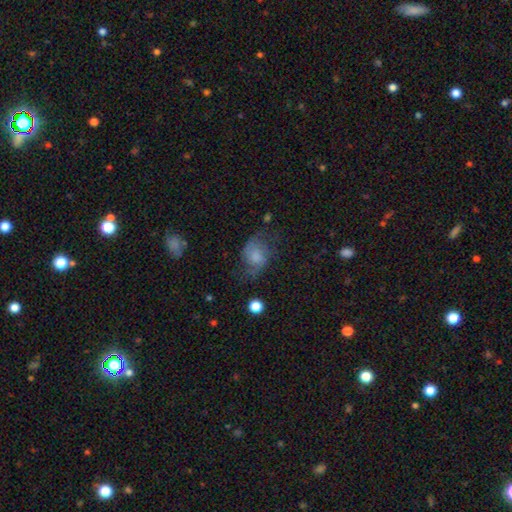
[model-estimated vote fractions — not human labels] Q: Smooth or featured?
A: smooth (50%); runner-up: featured or disk (39%)
Q: How rounded?
A: in between (58%); runner-up: round (40%)
Q: Merging?
A: none (44%); runner-up: minor disturbance (27%)